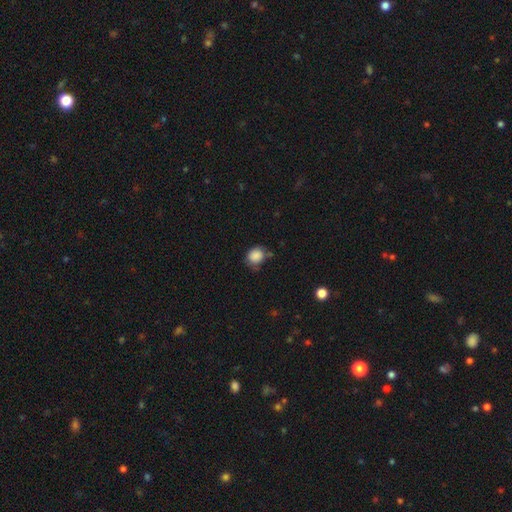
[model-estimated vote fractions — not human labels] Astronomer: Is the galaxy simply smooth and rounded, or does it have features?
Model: smooth — 87%.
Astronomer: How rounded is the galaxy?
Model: round — 73%.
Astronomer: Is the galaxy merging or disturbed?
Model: none — 63%.